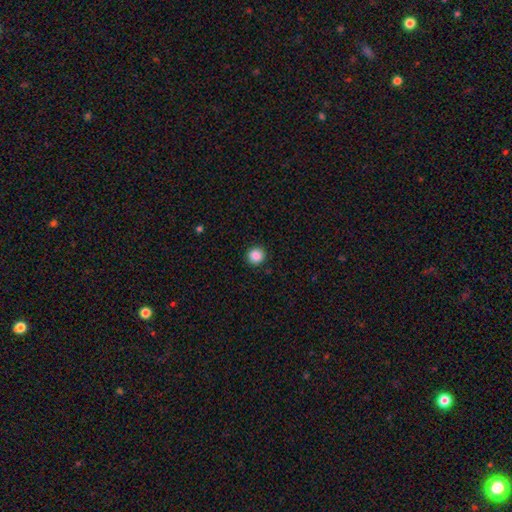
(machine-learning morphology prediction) The model was most divided on "smooth or featured": smooth: 87%, star or artifact: 10%, featured or disk: 3%. More confident: how rounded — round (94%); merging — none (92%).